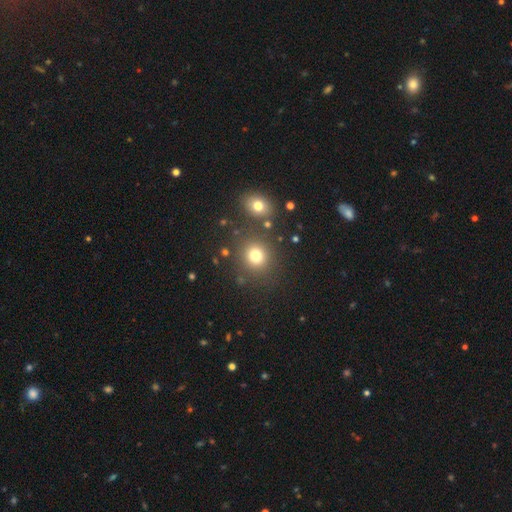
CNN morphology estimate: Q: Smooth or featured?
A: smooth (76%); runner-up: star or artifact (16%)
Q: How rounded?
A: round (86%); runner-up: in between (13%)
Q: Merging?
A: none (81%); runner-up: minor disturbance (8%)